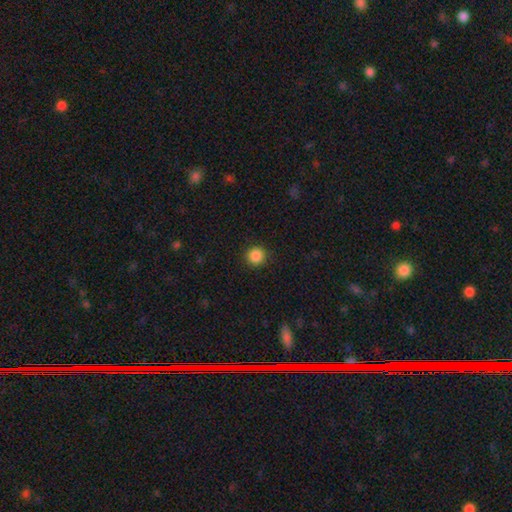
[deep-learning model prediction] smooth-or-featured: smooth: 87% | star or artifact: 10% | featured or disk: 3%
  how-rounded: round: 95% | in between: 4% | cigar-shaped: 1%
  merging: none: 91% | minor disturbance: 6% | major disturbance: 2% | merger: 1%